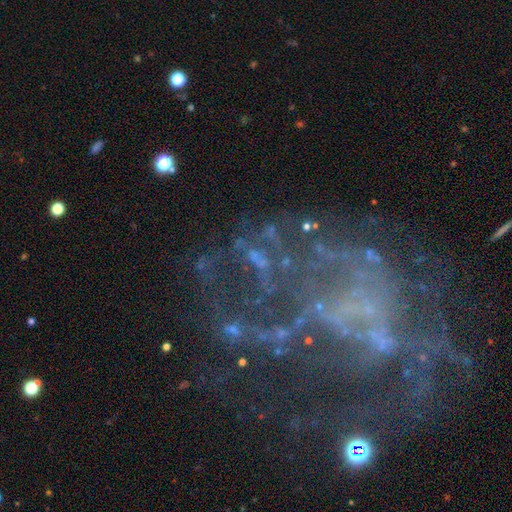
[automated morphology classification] featured or disk 50%, star or artifact 37%, smooth 13%. Down the decision tree: merging — none (53%).